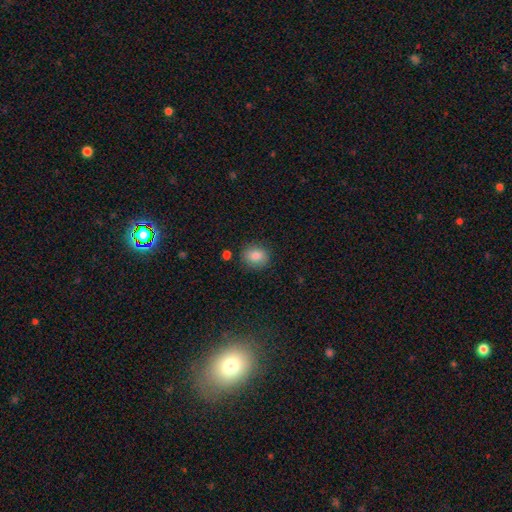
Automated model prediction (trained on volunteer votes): The model was most divided on "how rounded": round: 69%, in between: 30%, cigar-shaped: 1%. More confident: smooth or featured — smooth (84%); merging — none (84%).